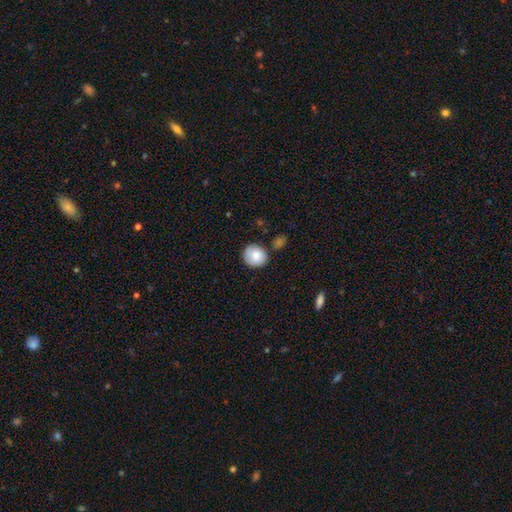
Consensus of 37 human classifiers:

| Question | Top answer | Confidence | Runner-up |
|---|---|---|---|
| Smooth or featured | smooth | 89% | featured or disk (5%) |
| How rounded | round | 91% | in between (9%) |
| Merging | none | 80% | minor disturbance (11%) |